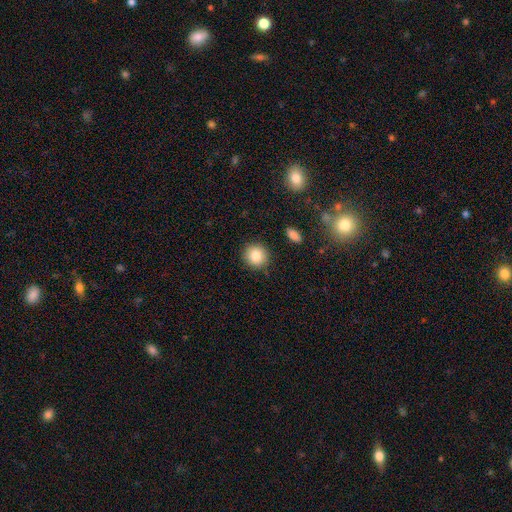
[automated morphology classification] Overall: smooth (84%). How rounded: round (91%). Merging: none (89%).